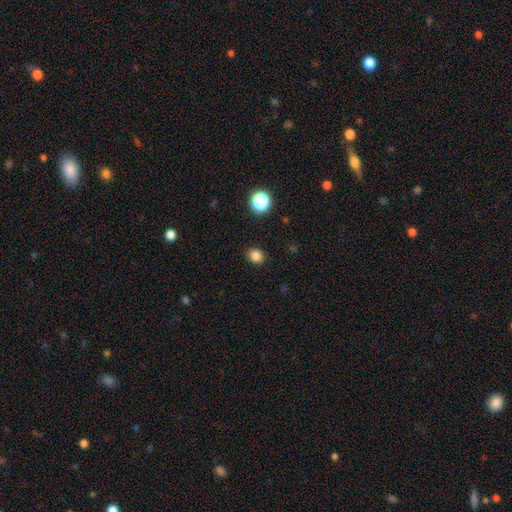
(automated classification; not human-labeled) smooth-or-featured: smooth: 83% | star or artifact: 13% | featured or disk: 4%
  how-rounded: round: 56% | in between: 43% | cigar-shaped: 1%
  merging: none: 89% | minor disturbance: 8% | major disturbance: 2% | merger: 1%